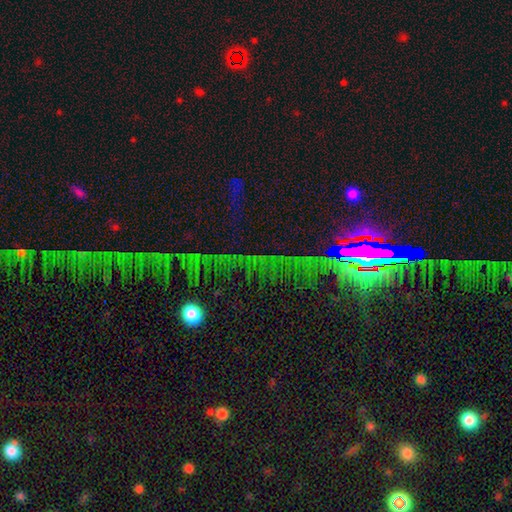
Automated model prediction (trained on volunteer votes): Smooth or featured: star or artifact — 78% (featured or disk — 12%)